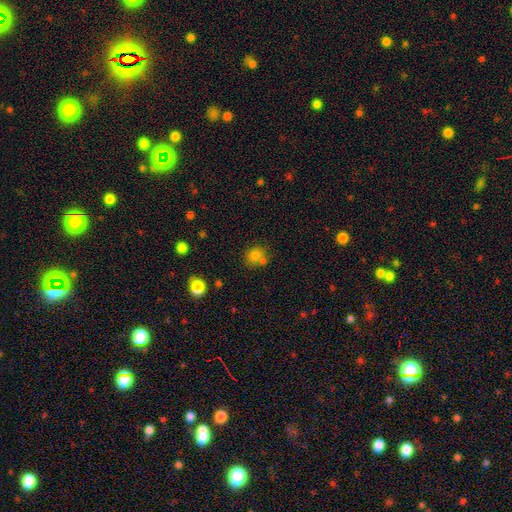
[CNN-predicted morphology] Smooth or featured?
  - smooth: 76% *
  - star or artifact: 14%
  - featured or disk: 9%
How rounded?
  - round: 76% *
  - in between: 23%
  - cigar-shaped: 1%
Merging?
  - none: 56% *
  - merger: 27%
  - minor disturbance: 12%
  - major disturbance: 5%